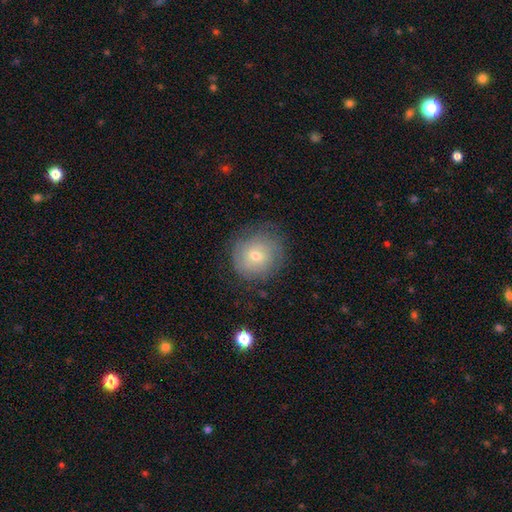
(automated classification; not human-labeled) smooth 56%, featured or disk 34%, star or artifact 10%. Down the decision tree: how rounded — round (86%); merging — none (74%).